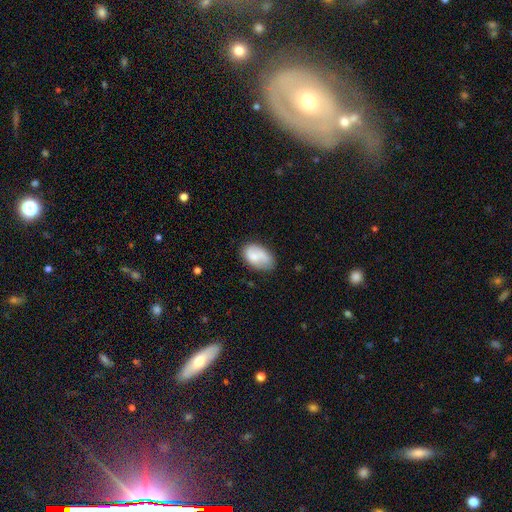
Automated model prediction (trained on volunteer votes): The model was most divided on "merging": none: 57%, minor disturbance: 28%, major disturbance: 9%, merger: 6%. More confident: how rounded — in between (91%); smooth or featured — smooth (71%).